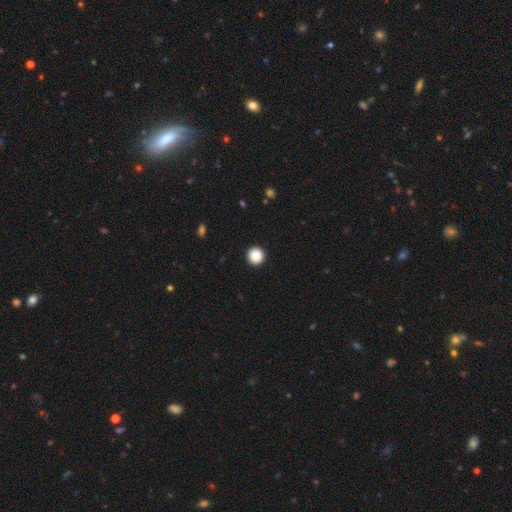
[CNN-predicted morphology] The model was most divided on "smooth or featured": smooth: 88%, star or artifact: 9%, featured or disk: 3%. More confident: how rounded — round (96%); merging — none (94%).